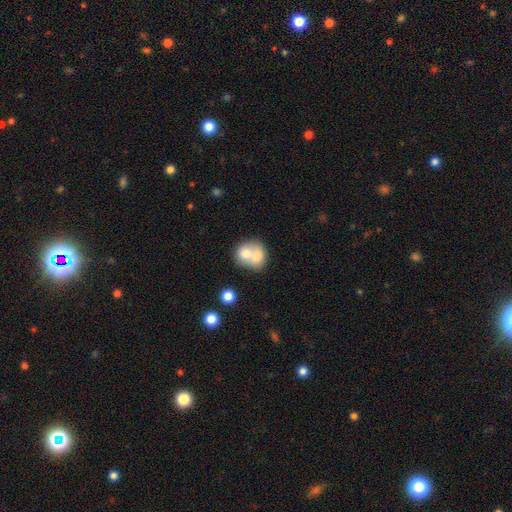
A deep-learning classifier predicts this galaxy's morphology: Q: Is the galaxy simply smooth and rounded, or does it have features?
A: smooth — 67%.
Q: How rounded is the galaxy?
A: round — 66%.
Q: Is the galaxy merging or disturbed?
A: merger — 68%.